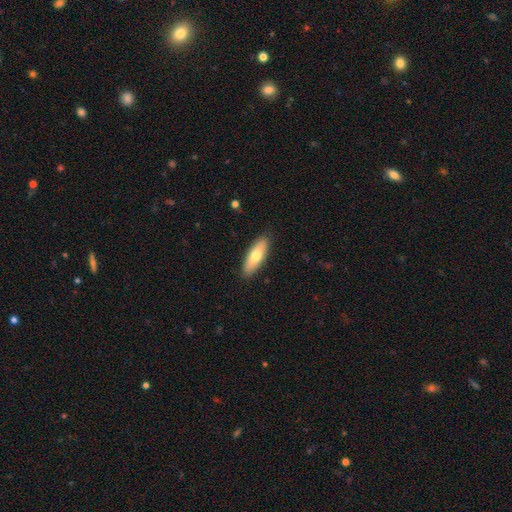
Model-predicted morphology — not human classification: smooth-or-featured: smooth: 71% | featured or disk: 23% | star or artifact: 6%
  how-rounded: in between: 57% | cigar-shaped: 41% | round: 2%
  merging: none: 88% | minor disturbance: 9% | major disturbance: 2% | merger: 1%